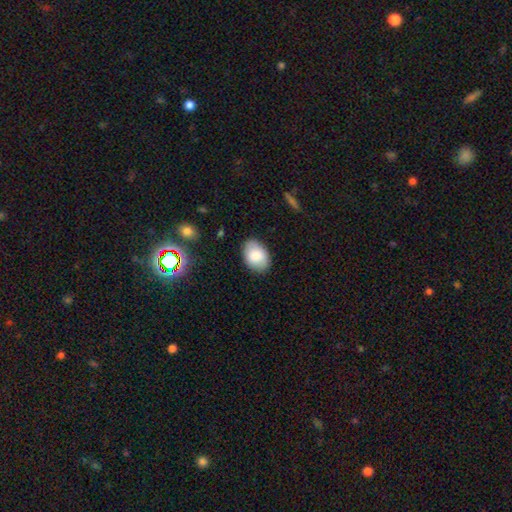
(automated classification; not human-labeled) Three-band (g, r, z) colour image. It shows a smooth galaxy with no disk features (83%) that is in between round and cigar-shaped (86%). Merging: none (85%).